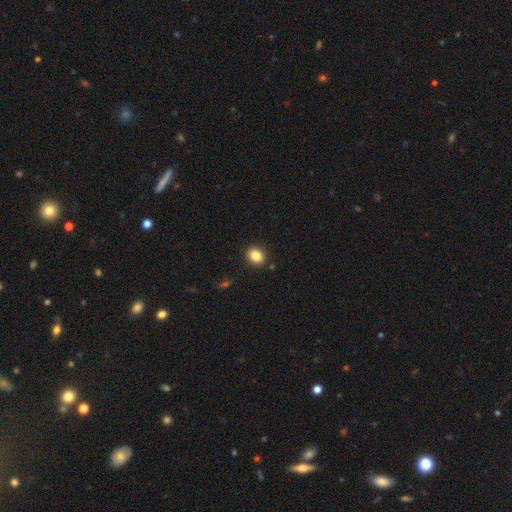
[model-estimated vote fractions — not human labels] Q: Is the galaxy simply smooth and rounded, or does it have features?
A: smooth — 84%.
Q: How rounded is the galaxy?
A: round — 62%.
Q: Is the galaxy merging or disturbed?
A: none — 90%.